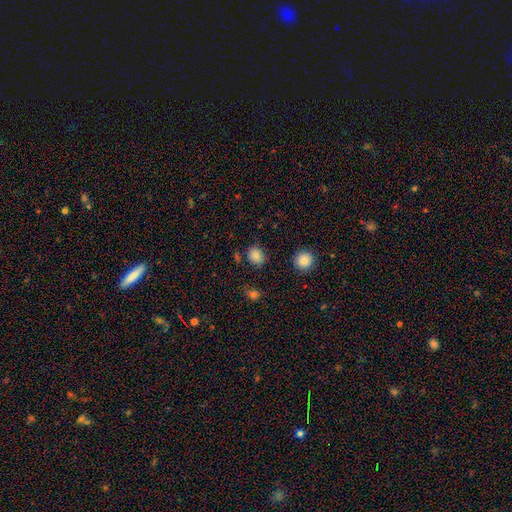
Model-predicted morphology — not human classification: Smooth or featured? Predicted: smooth (p=0.83). How rounded? Predicted: round (p=0.56). Merging? Predicted: none (p=0.79).